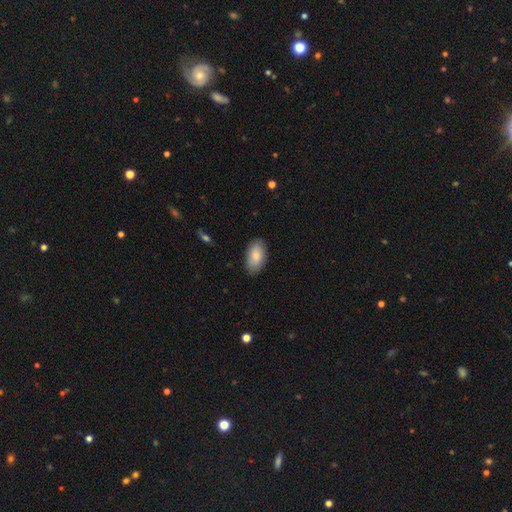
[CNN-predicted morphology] type=smooth (85%); roundness=in between (95%); merging=none (86%).